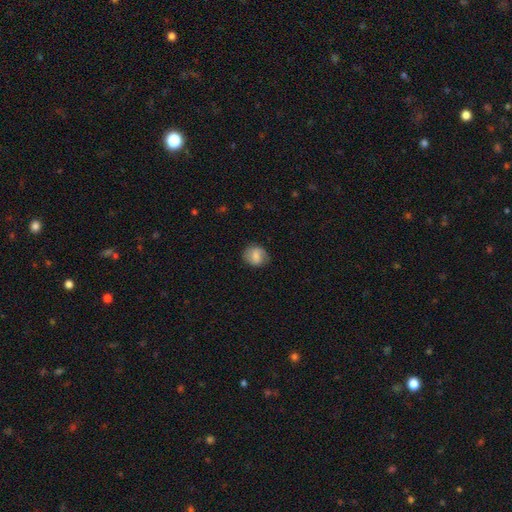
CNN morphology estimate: smooth 63%, featured or disk 28%, star or artifact 9%. Down the decision tree: how rounded — round (64%); merging — none (70%).